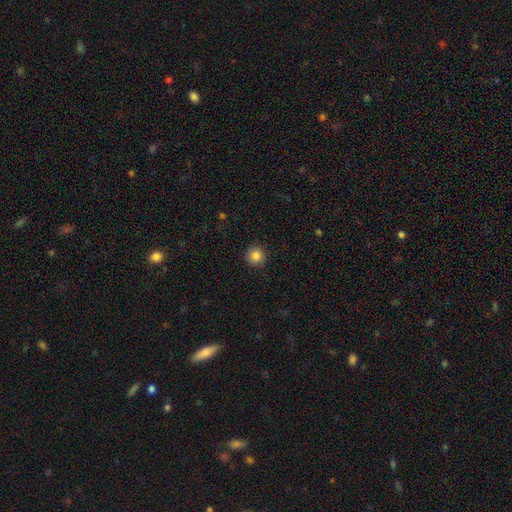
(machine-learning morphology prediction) smooth 86%, star or artifact 10%, featured or disk 4%. Down the decision tree: how rounded — round (95%); merging — none (92%).